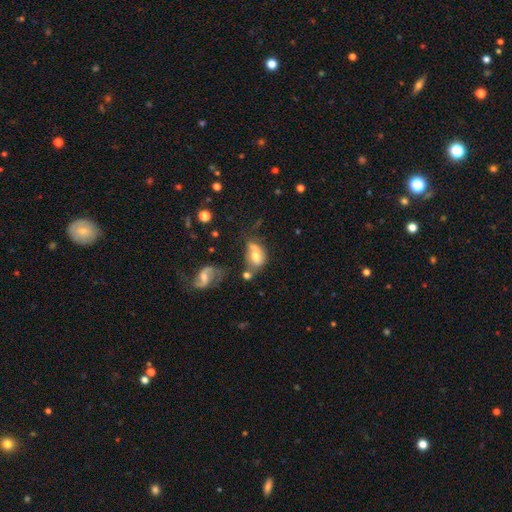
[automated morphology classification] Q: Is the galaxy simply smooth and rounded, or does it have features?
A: smooth — 54%.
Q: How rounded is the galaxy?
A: in between — 75%.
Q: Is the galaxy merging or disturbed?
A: merger — 31%.